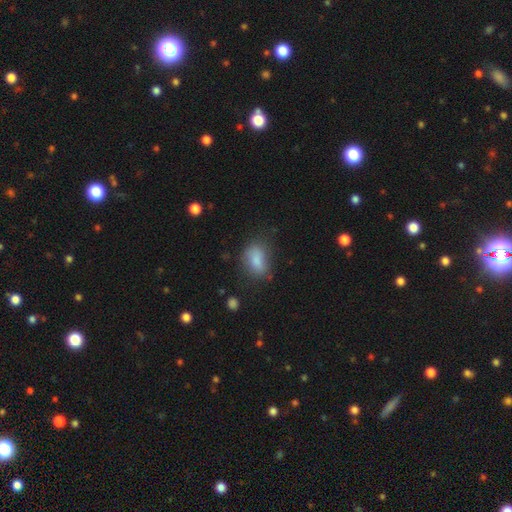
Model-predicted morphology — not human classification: smooth 78%, star or artifact 11%, featured or disk 11%. Down the decision tree: how rounded — in between (82%); merging — none (63%).